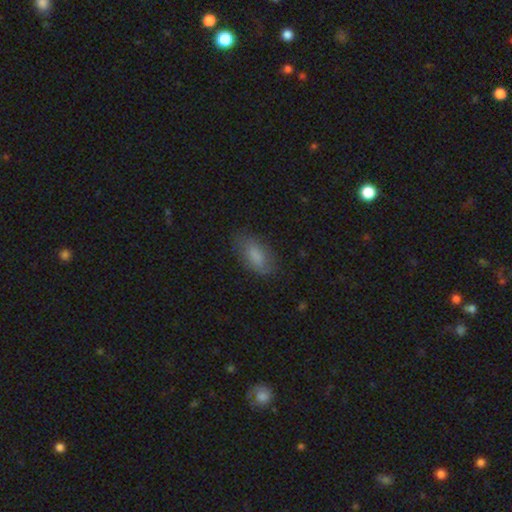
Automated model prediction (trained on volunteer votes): This is likely a smooth galaxy (80%). How rounded: clearly in between (88%). Merging: likely none (72%).